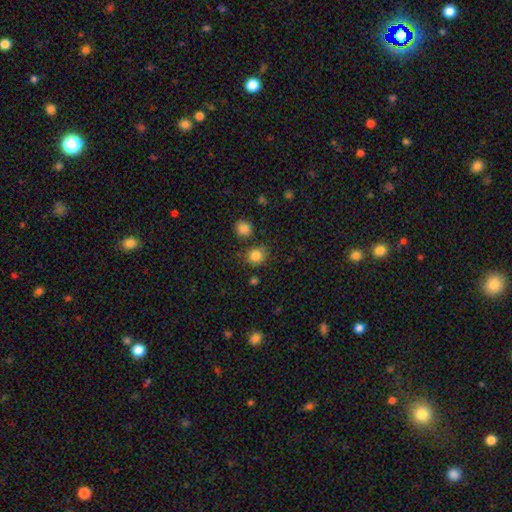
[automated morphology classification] A smooth galaxy with no disk features (84%) that is round (81%).

Vote fractions:
- Smooth or featured? smooth: 84% / star or artifact: 11% / featured or disk: 5%
- How rounded? round: 81% / in between: 18% / cigar-shaped: 1%
- Merging? none: 75% / minor disturbance: 13% / merger: 9% / major disturbance: 4%